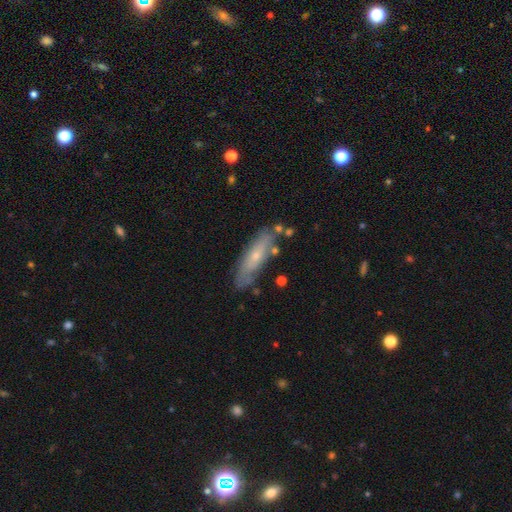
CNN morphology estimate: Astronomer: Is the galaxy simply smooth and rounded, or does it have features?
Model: featured or disk — 48% (runner-up: smooth, 45%).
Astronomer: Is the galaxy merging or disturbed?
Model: none — 74%.